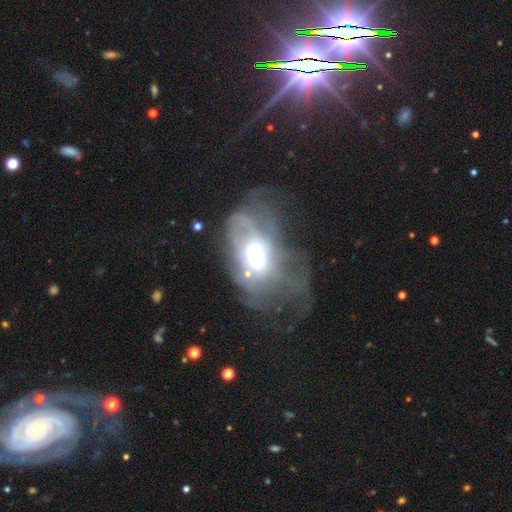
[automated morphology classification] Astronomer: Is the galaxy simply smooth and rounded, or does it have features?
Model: featured or disk — 54% (runner-up: smooth, 34%).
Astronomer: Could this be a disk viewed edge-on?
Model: no — 94%.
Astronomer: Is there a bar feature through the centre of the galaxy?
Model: no — 74%.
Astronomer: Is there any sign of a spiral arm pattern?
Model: no — 70%.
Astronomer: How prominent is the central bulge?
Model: moderate — 56%.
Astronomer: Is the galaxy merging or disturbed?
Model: major disturbance — 55%.